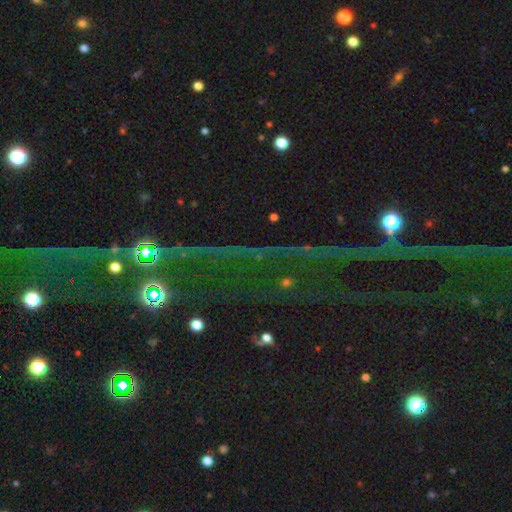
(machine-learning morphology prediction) Q: Smooth or featured?
A: star or artifact (83%); runner-up: featured or disk (9%)